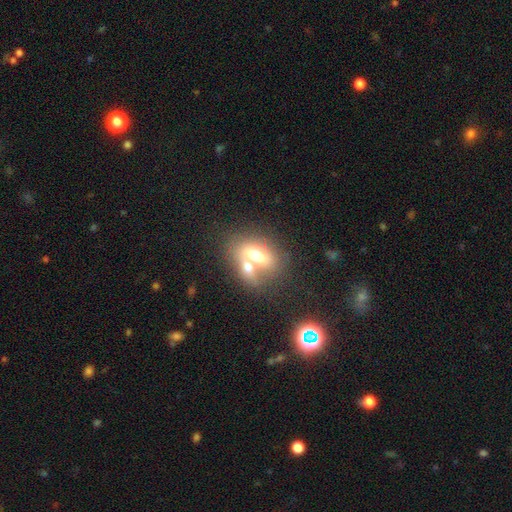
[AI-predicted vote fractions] This appears to be a smooth galaxy with no disk features (62%) that is in between round and cigar-shaped (73%). Merging: merger (61%).